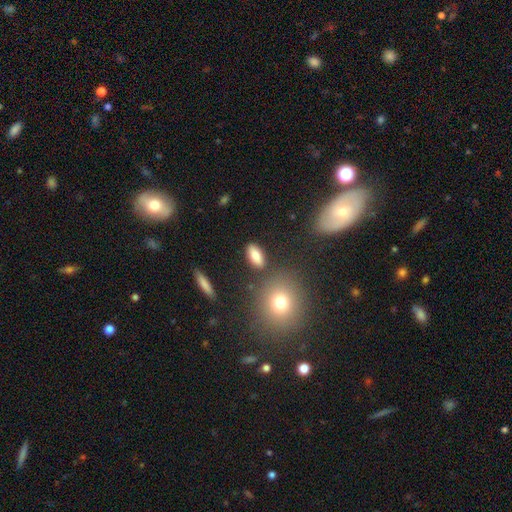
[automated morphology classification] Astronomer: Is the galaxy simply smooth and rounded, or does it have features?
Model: smooth — 80%.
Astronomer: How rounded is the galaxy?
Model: in between — 84%.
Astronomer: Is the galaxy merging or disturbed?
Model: none — 82%.